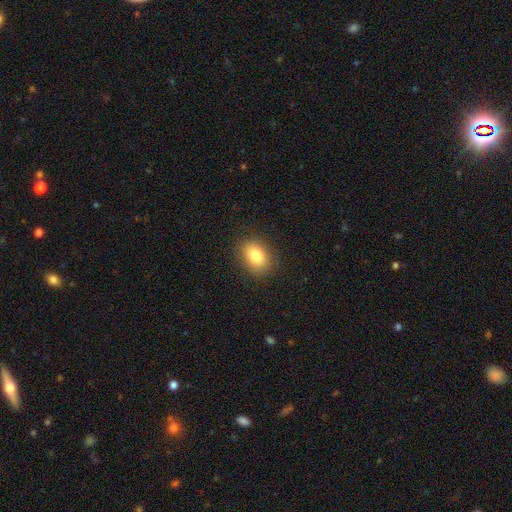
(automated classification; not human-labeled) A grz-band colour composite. It shows a smooth galaxy with no disk features (81%) that is in between round and cigar-shaped (71%). Merging: none (87%).